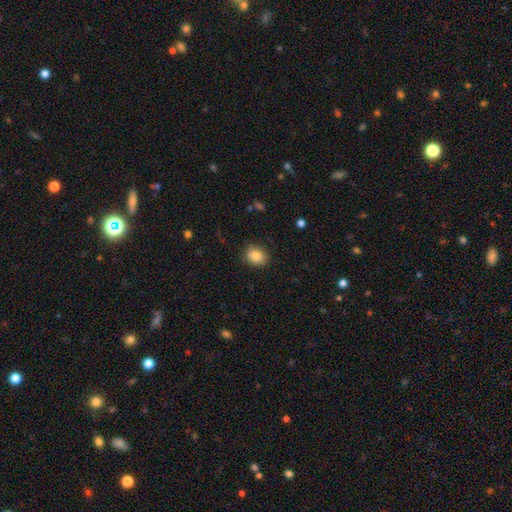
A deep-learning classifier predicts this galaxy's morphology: Smooth or featured: smooth — 85% (star or artifact — 9%)
How rounded: round — 55% (in between — 44%)
Merging: none — 87% (minor disturbance — 10%)